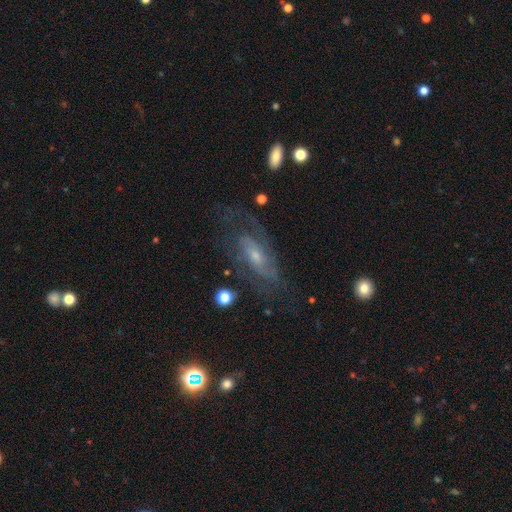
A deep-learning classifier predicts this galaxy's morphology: Smooth or featured: featured or disk — 77% (smooth — 14%)
Edge-on disk: no — 88% (yes — 12%)
Bar: no — 54% (weak — 36%)
Spiral arms: yes — 89% (no — 11%)
Spiral winding: medium — 43% (tight — 38%)
Spiral arm count: 2 — 46% (can't tell — 33%)
Bulge size: small — 58% (moderate — 34%)
Merging: none — 66% (minor disturbance — 18%)